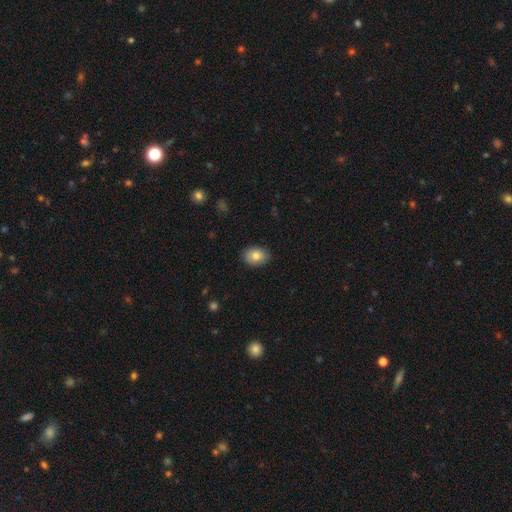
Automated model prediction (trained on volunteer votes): A smooth galaxy with no disk features (82%) that is in between round and cigar-shaped (72%).

Vote fractions:
- Smooth or featured? smooth: 82% / featured or disk: 11% / star or artifact: 8%
- How rounded? in between: 72% / round: 27% / cigar-shaped: 1%
- Merging? none: 86% / minor disturbance: 11% / major disturbance: 2% / merger: 1%